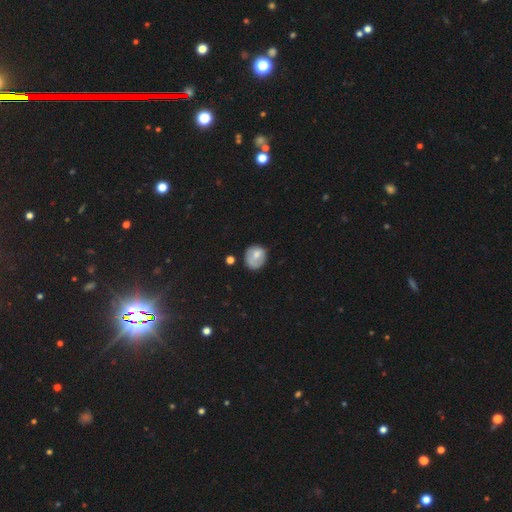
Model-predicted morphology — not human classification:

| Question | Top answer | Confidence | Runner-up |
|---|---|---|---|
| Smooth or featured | smooth | 69% | featured or disk (23%) |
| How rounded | round | 73% | in between (26%) |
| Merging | none | 59% | minor disturbance (27%) |